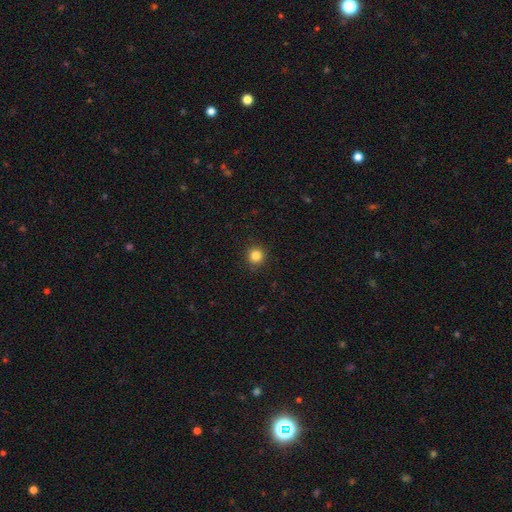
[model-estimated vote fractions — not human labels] A smooth galaxy with no disk features (84%) that is round (94%). Merging: none (91%).